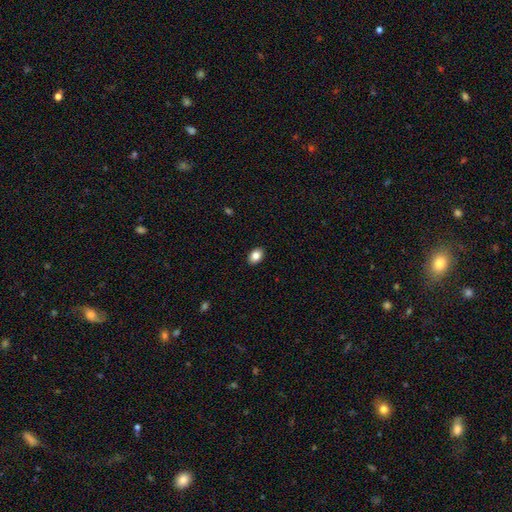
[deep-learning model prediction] smooth_or_featured: smooth (p=0.84) [alt: star or artifact p=0.08]
how_rounded: in between (p=0.81) [alt: round p=0.18]
merging: none (p=0.91) [alt: minor disturbance p=0.07]